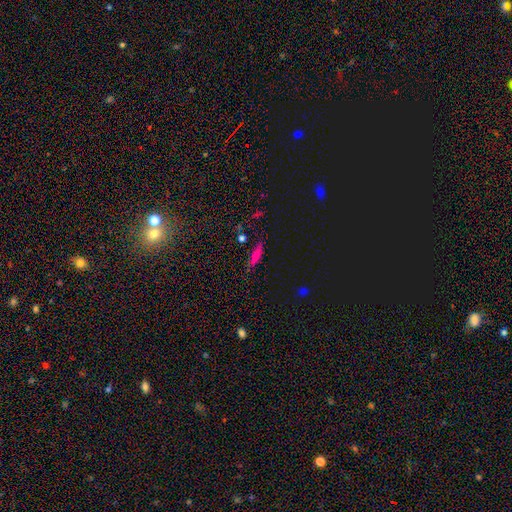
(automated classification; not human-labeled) A smooth galaxy with no disk features (64%) that is cigar-shaped (69%). Merging: none (80%).